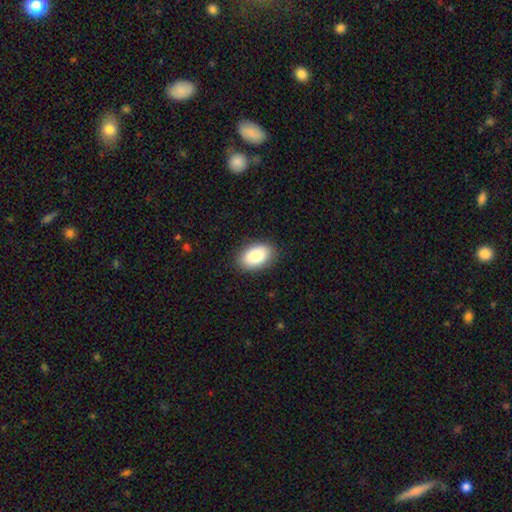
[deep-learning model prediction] A smooth galaxy with no disk features (86%) that is in between round and cigar-shaped (91%).

Vote fractions:
- Smooth or featured? smooth: 86% / featured or disk: 7% / star or artifact: 7%
- How rounded? in between: 91% / round: 8% / cigar-shaped: 1%
- Merging? none: 88% / minor disturbance: 9% / major disturbance: 2% / merger: 1%